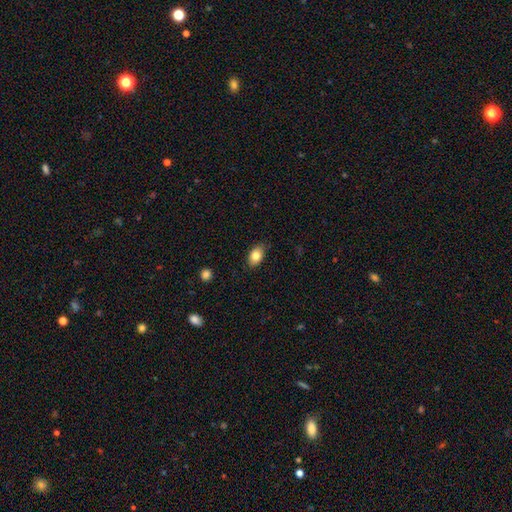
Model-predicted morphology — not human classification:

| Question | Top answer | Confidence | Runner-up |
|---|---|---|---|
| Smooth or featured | smooth | 83% | featured or disk (9%) |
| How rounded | in between | 88% | round (11%) |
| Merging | none | 85% | minor disturbance (12%) |